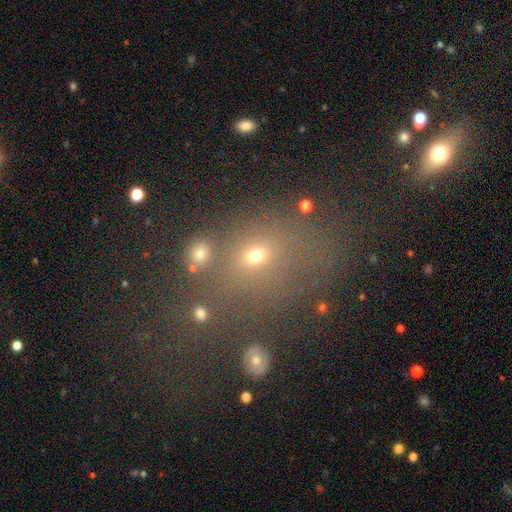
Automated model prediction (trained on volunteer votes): A smooth galaxy with no disk features (57%) that is round (49%). Merging: none (58%).